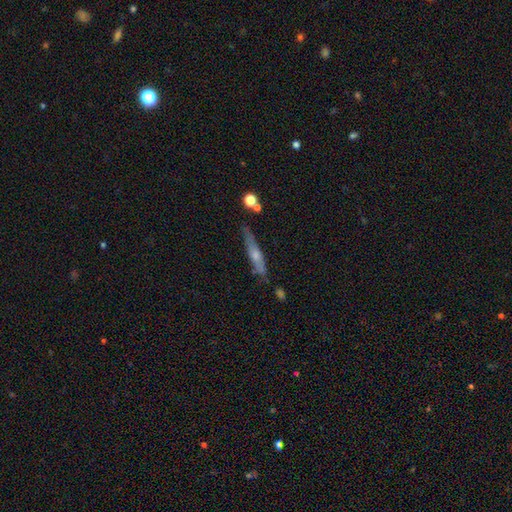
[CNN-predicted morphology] A featured or disk galaxy (50%) viewed edge-on (84%).

Vote fractions:
- Smooth or featured? featured or disk: 50% / smooth: 42% / star or artifact: 8%
- Edge-on disk? yes: 84% / no: 16%
- Merging? none: 69% / minor disturbance: 21% / merger: 5% / major disturbance: 5%